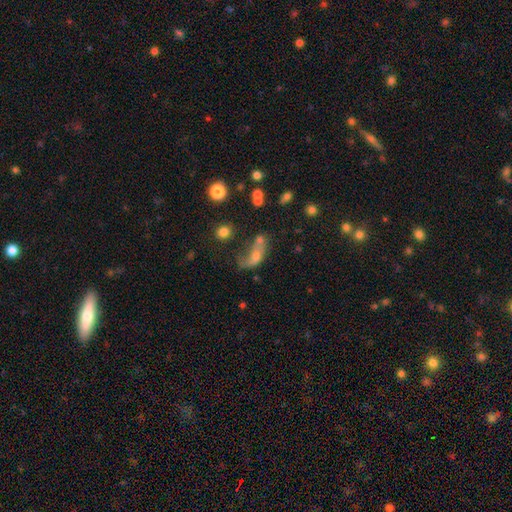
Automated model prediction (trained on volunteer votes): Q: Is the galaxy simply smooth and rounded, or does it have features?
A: smooth — 48%.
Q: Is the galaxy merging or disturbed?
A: major disturbance — 30%, tied with merger.